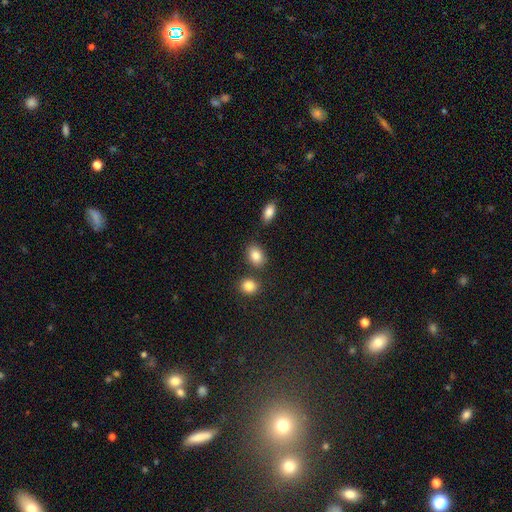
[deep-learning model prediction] A smooth galaxy with no disk features (85%) that is in between round and cigar-shaped (72%). Merging: none (76%).